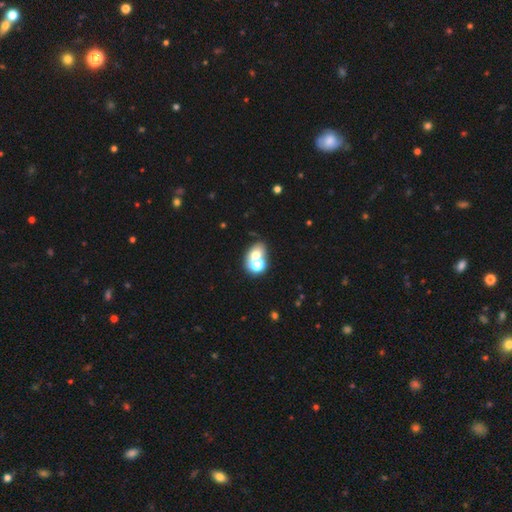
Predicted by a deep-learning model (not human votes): smooth_or_featured: smooth (p=0.62) [alt: featured or disk p=0.21]
how_rounded: in between (p=0.59) [alt: round p=0.39]
merging: merger (p=0.49) [alt: none p=0.37]